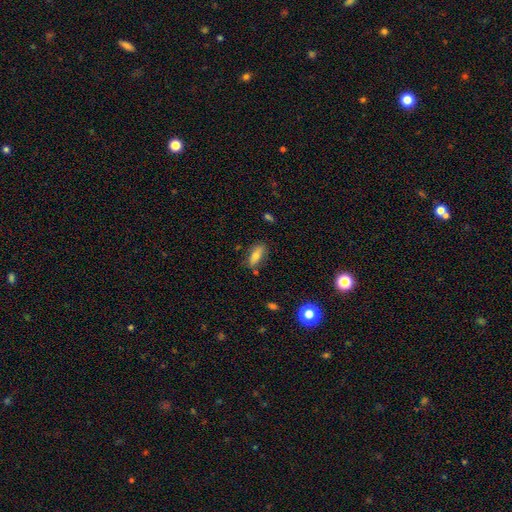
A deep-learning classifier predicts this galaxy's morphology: smooth-or-featured: smooth: 72% | featured or disk: 19% | star or artifact: 9%
  how-rounded: in between: 69% | cigar-shaped: 28% | round: 4%
  merging: none: 77% | minor disturbance: 16% | merger: 4% | major disturbance: 4%